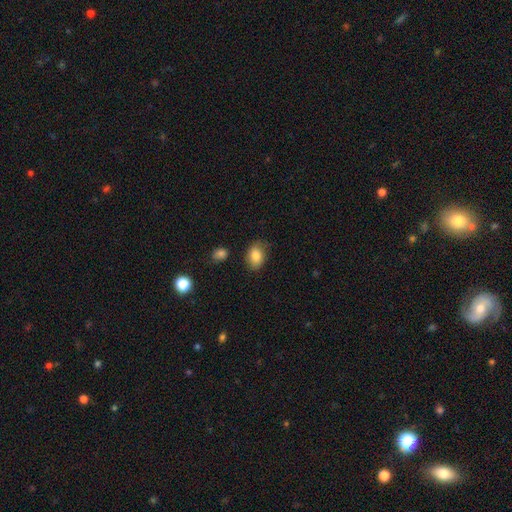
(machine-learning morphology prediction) Smooth or featured: smooth — 82% (featured or disk — 9%)
How rounded: in between — 74% (round — 25%)
Merging: none — 71% (minor disturbance — 22%)